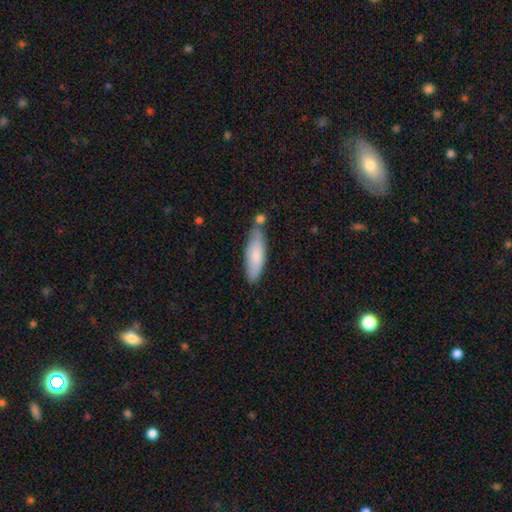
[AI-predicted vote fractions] Q: Smooth or featured?
A: smooth (75%); runner-up: featured or disk (19%)
Q: How rounded?
A: in between (50%); runner-up: cigar-shaped (48%)
Q: Merging?
A: none (62%); runner-up: minor disturbance (20%)